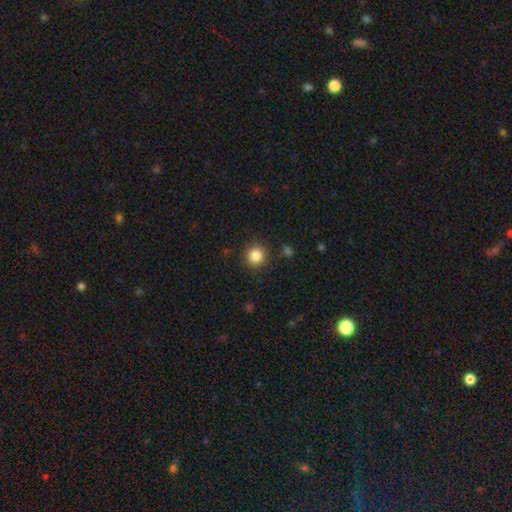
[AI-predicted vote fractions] The model was most divided on "smooth or featured": smooth: 85%, star or artifact: 10%, featured or disk: 4%. More confident: how rounded — round (94%); merging — none (89%).